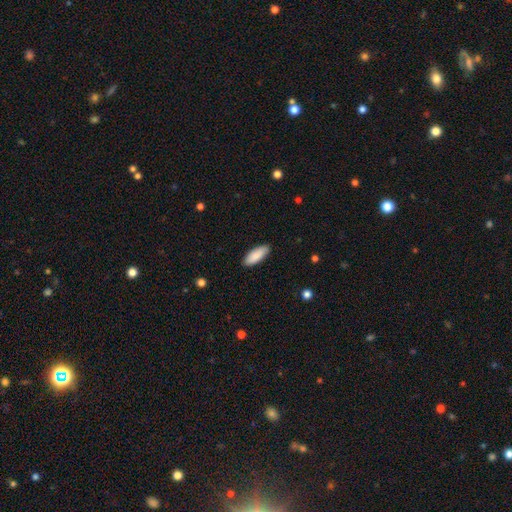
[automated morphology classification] smooth-or-featured: smooth: 89% | star or artifact: 5% | featured or disk: 5%
  how-rounded: in between: 74% | cigar-shaped: 25% | round: 1%
  merging: none: 89% | minor disturbance: 8% | major disturbance: 2% | merger: 1%